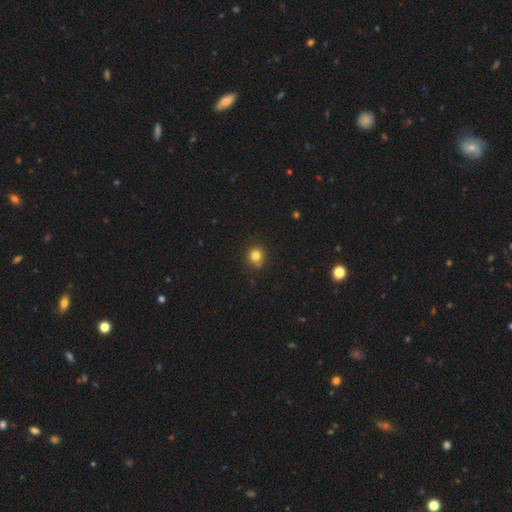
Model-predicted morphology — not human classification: smooth_or_featured: smooth (p=0.81) [alt: star or artifact p=0.13]
how_rounded: round (p=0.86) [alt: in between p=0.13]
merging: none (p=0.75) [alt: minor disturbance p=0.16]